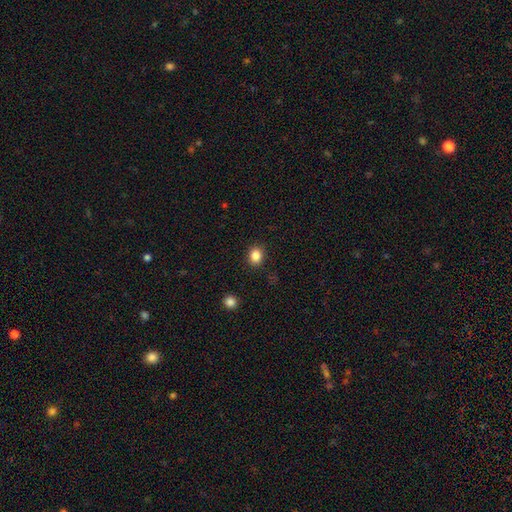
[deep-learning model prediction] Morphology: type=smooth (85%); roundness=round (63%); merging=none (89%).